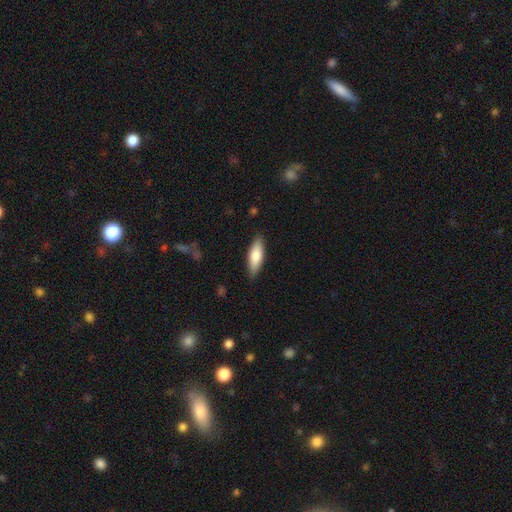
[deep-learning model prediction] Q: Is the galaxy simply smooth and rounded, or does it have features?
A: smooth — 77%.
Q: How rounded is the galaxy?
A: in between — 60%.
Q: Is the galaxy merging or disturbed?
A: none — 86%.